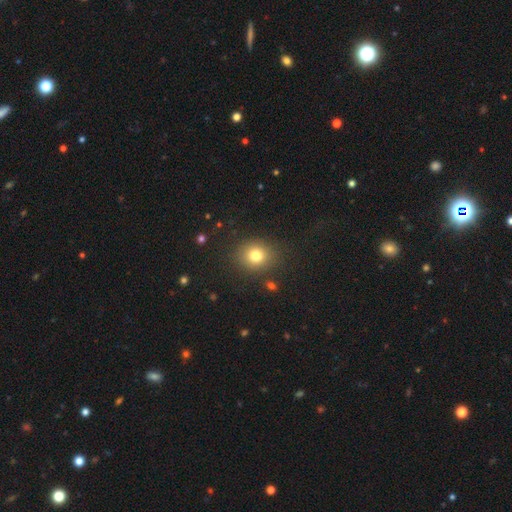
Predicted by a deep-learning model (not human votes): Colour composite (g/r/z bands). It shows a smooth galaxy with no disk features (79%) that is round (72%). Merging: none (84%).